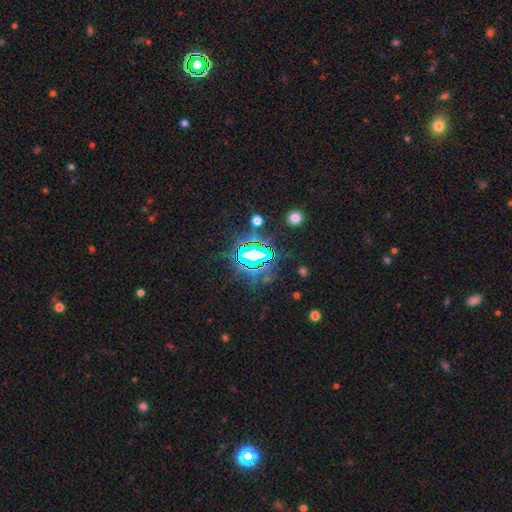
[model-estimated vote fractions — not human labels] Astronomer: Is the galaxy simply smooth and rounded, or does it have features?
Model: star or artifact — 75%.